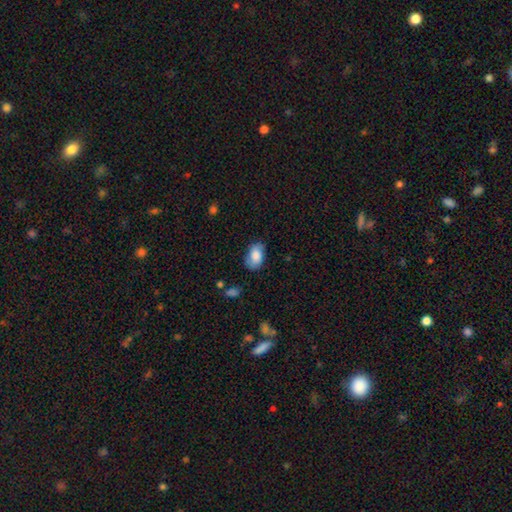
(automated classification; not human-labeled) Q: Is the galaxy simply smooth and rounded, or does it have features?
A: smooth — 81%.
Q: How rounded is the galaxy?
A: in between — 91%.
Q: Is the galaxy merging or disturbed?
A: none — 72%.